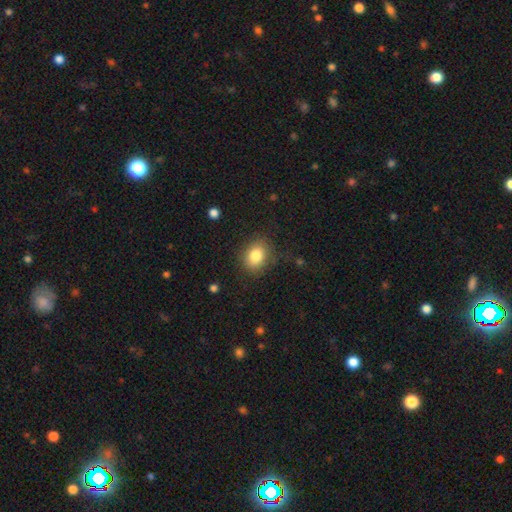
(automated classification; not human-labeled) Smooth or featured? smooth (83%)
How rounded? in between (53%)
Merging? none (81%)